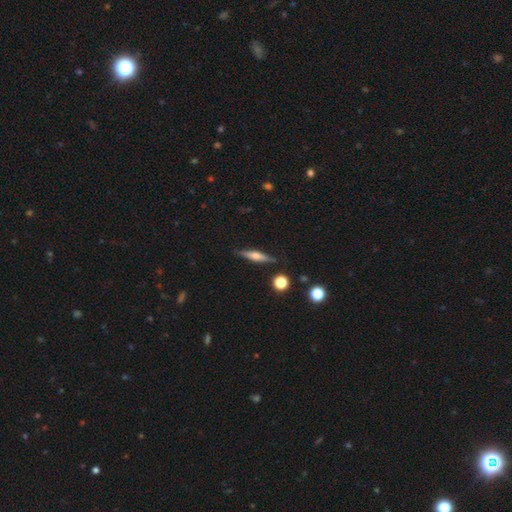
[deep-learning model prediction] Morphology: type=featured or disk (57%); edge-on=yes (96%); edge-on bulge=rounded (80%); merging=none (86%).